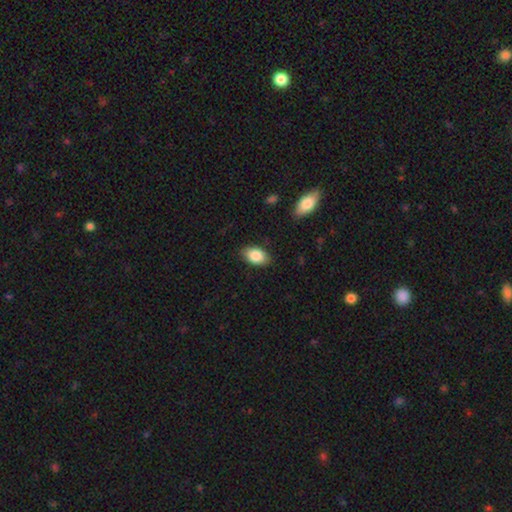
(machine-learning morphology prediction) This is clearly a smooth galaxy (86%). How rounded: clearly in between (91%). Merging: clearly none (85%).